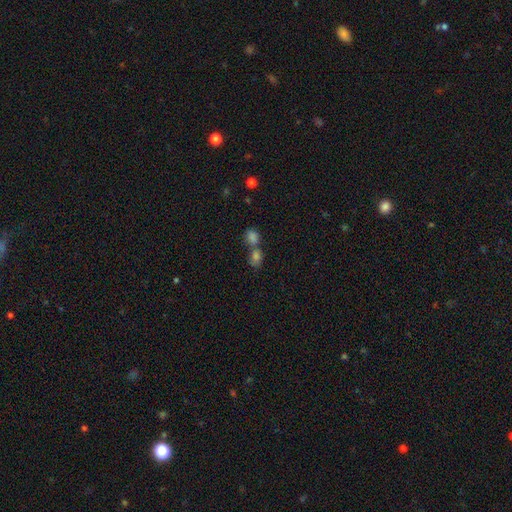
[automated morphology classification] This appears to be a smooth galaxy with no disk features (68%) that is in between round and cigar-shaped (53%). Merging: merger (52%).